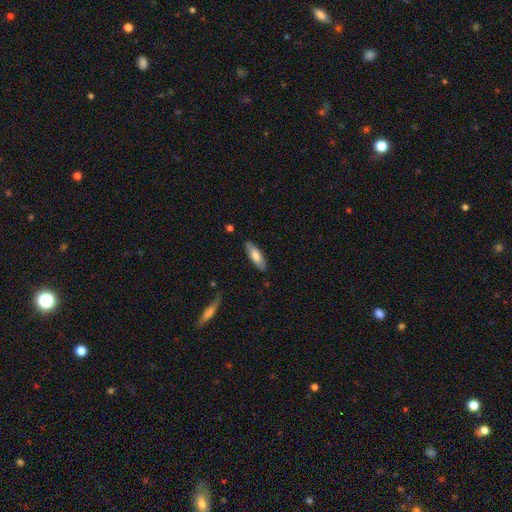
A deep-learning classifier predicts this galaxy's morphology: Smooth or featured? smooth (68%)
How rounded? in between (57%)
Merging? none (84%)